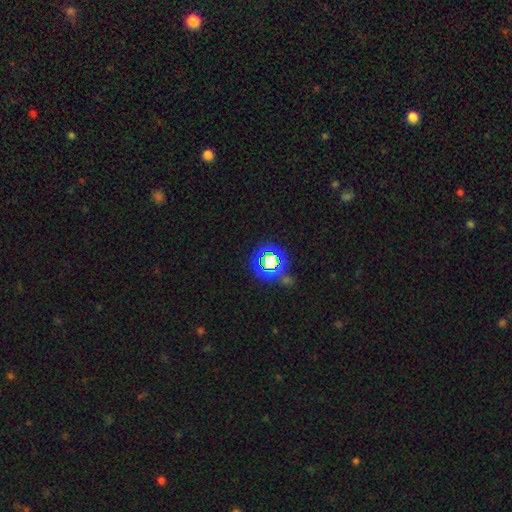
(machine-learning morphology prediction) Overall: star or artifact (72%).